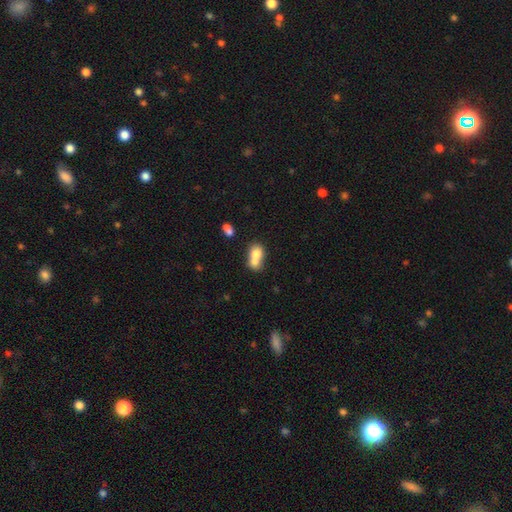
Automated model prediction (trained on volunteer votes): smooth-or-featured: smooth: 73% | featured or disk: 18% | star or artifact: 9%
  how-rounded: round: 50% | in between: 49% | cigar-shaped: 2%
  merging: merger: 71% | none: 20% | minor disturbance: 6% | major disturbance: 3%